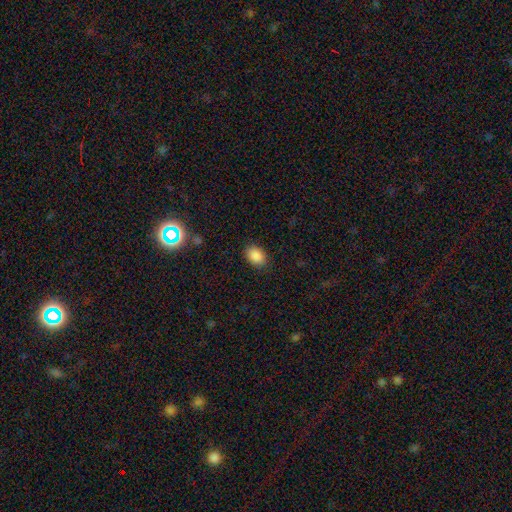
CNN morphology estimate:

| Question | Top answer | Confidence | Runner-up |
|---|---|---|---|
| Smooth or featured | smooth | 88% | star or artifact (9%) |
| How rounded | in between | 81% | round (18%) |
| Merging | none | 87% | minor disturbance (9%) |